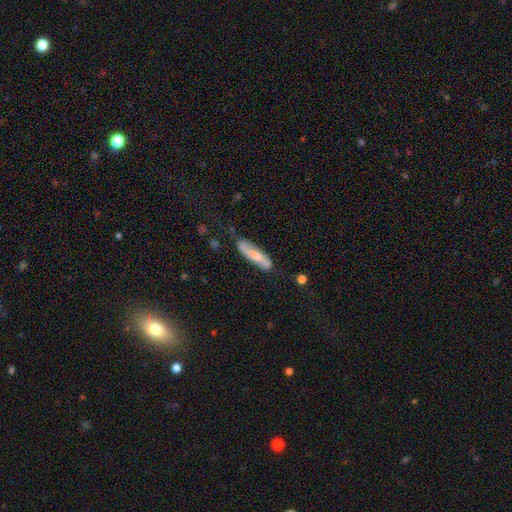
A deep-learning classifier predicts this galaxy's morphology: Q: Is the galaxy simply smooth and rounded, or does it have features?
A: smooth — 49%.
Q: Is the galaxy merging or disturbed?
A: none — 64%.